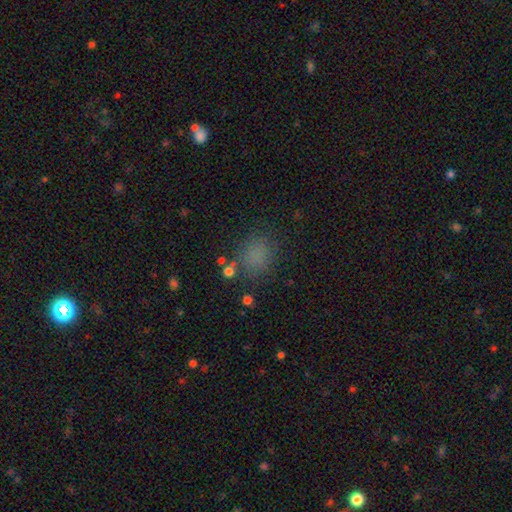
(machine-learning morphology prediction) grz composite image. It shows a smooth galaxy with no disk features (74%) that is round (65%). Merging: none (76%).